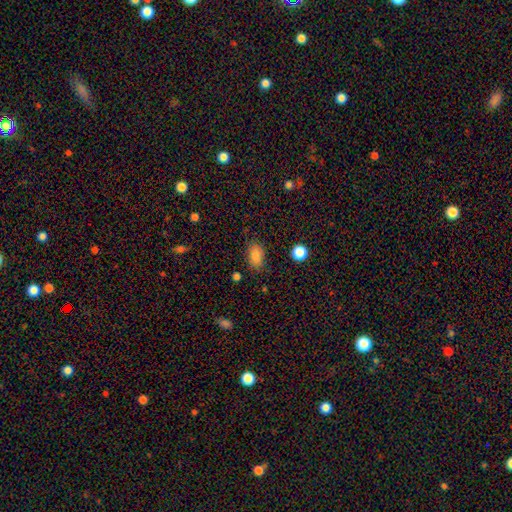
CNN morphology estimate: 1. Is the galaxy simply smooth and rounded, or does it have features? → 84% smooth, 10% star or artifact, 6% featured or disk.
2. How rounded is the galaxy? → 88% in between, 10% round, 2% cigar-shaped.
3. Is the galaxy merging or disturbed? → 81% none, 14% minor disturbance, 4% major disturbance, 2% merger.